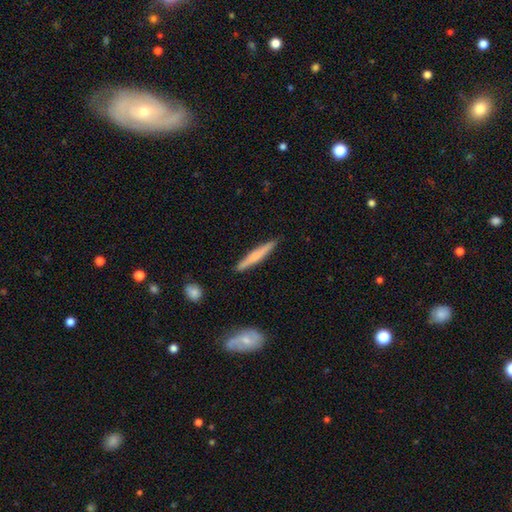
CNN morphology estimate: The model was most divided on "smooth or featured": smooth: 52%, featured or disk: 43%, star or artifact: 5%. More confident: how rounded — cigar-shaped (95%); merging — none (90%).